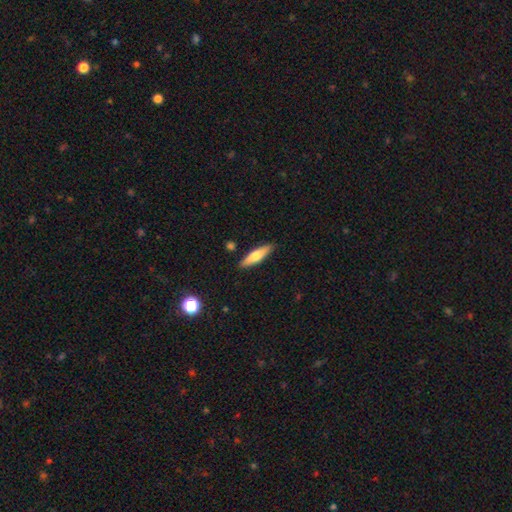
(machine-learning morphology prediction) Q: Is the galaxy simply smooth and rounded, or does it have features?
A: smooth — 58%.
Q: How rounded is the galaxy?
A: cigar-shaped — 71%.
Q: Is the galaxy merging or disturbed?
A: none — 88%.